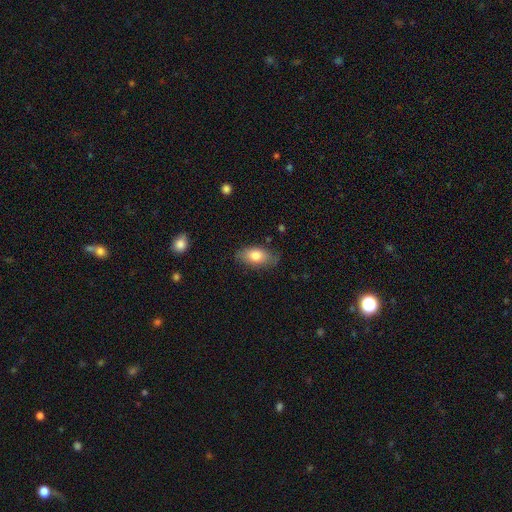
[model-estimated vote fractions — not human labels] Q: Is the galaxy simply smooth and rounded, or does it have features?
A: smooth — 77%.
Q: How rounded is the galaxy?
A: in between — 90%.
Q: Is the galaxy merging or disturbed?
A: none — 76%.